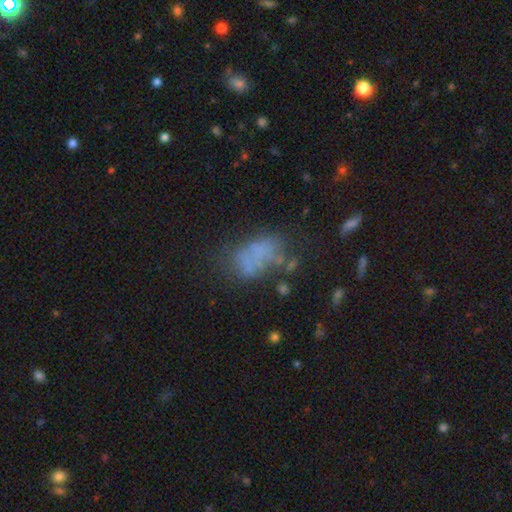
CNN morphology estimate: Smooth or featured?
  - smooth: 49% *
  - featured or disk: 33%
  - star or artifact: 18%
Merging?
  - none: 40% *
  - major disturbance: 23%
  - minor disturbance: 22%
  - merger: 15%